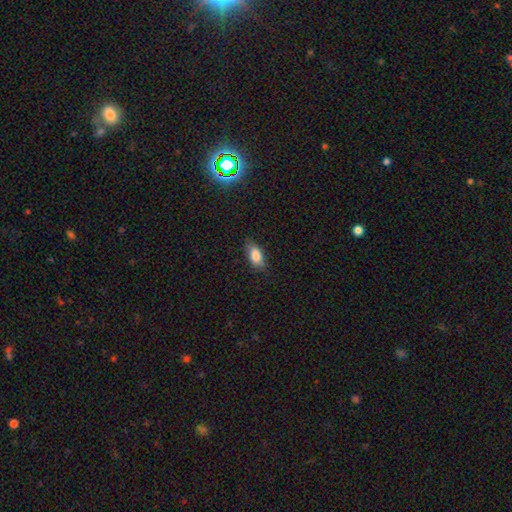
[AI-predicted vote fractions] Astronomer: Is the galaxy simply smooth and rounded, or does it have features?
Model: smooth — 83%.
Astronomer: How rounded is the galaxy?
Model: in between — 87%.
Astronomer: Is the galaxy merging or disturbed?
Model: none — 79%.